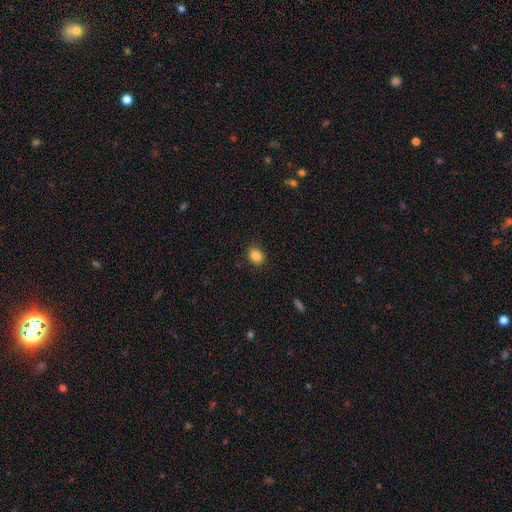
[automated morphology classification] This appears to be a smooth galaxy with no disk features (87%) that is round (51%). Merging: none (86%).